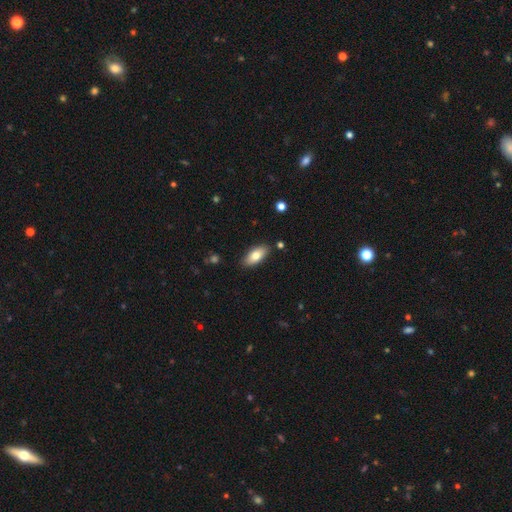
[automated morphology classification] smooth_or_featured: smooth (p=0.76) [alt: featured or disk p=0.17]
how_rounded: in between (p=0.86) [alt: cigar-shaped p=0.12]
merging: none (p=0.86) [alt: minor disturbance p=0.10]